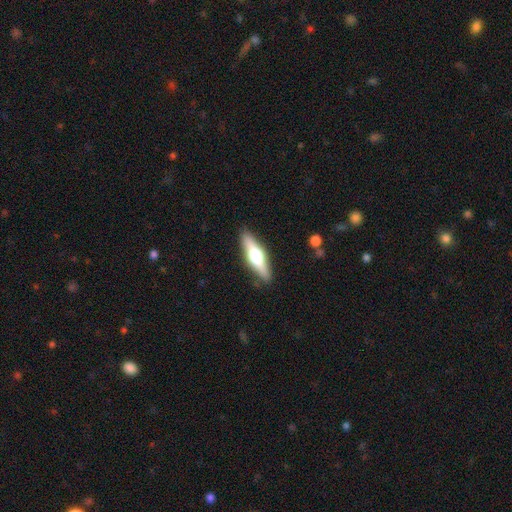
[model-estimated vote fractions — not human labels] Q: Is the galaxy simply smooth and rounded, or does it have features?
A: featured or disk — 54%.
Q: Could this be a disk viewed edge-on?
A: yes — 93%.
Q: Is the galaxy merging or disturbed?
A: none — 88%.